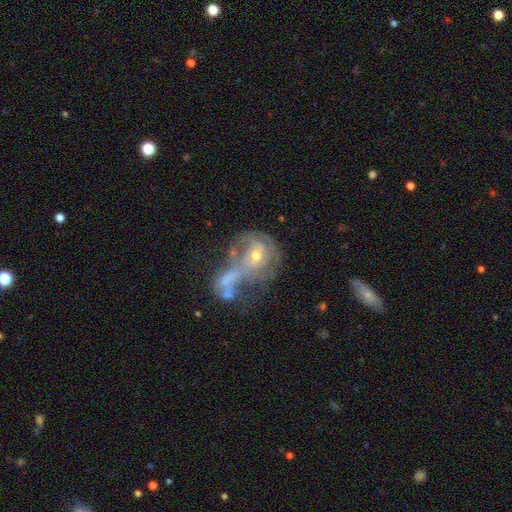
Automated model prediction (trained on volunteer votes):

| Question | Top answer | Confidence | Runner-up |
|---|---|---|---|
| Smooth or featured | featured or disk | 70% | smooth (19%) |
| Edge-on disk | no | 95% | yes (5%) |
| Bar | no | 68% | weak (24%) |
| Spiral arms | yes | 67% | no (33%) |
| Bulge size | small | 48% | moderate (45%) |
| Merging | merger | 60% | none (19%) |